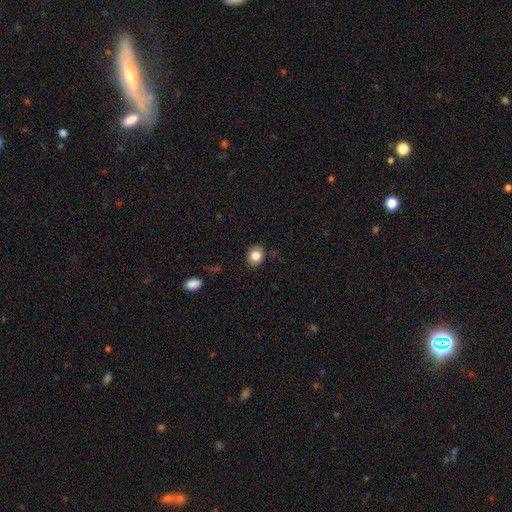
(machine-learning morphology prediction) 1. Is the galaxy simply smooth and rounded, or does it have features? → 84% smooth, 10% star or artifact, 7% featured or disk.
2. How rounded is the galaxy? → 67% round, 32% in between, 1% cigar-shaped.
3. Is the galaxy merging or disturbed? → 87% none, 10% minor disturbance, 2% major disturbance, 1% merger.